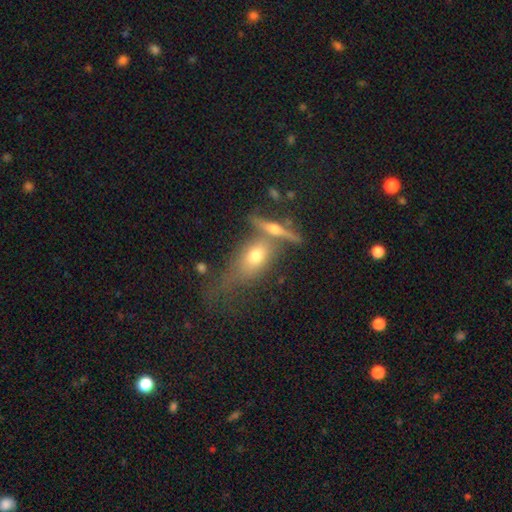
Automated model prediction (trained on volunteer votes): smooth-or-featured: smooth: 46% | featured or disk: 43% | star or artifact: 11%
  merging: none: 40% | merger: 35% | minor disturbance: 15% | major disturbance: 10%